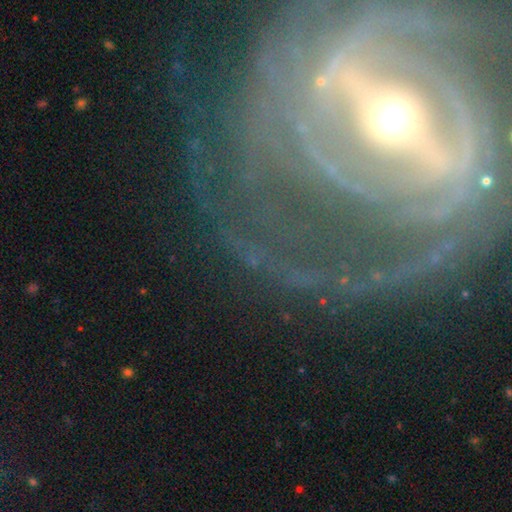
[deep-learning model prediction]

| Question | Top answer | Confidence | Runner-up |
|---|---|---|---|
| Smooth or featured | featured or disk | 79% | star or artifact (12%) |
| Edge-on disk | no | 91% | yes (9%) |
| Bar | strong | 52% | weak (26%) |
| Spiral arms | yes | 87% | no (13%) |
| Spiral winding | tight | 59% | medium (29%) |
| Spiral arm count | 2 | 32% | can't tell (23%) |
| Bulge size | moderate | 45% | small (43%) |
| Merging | none | 74% | minor disturbance (12%) |